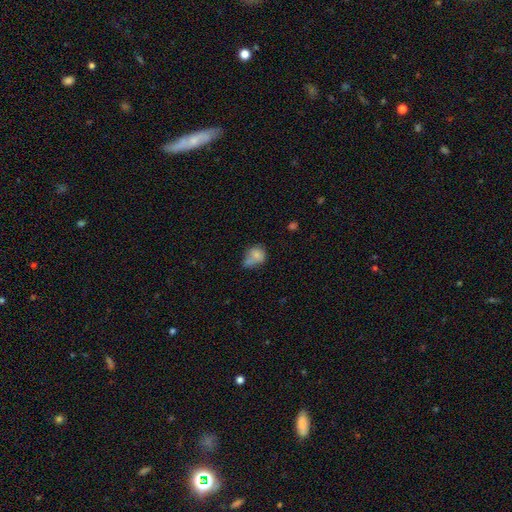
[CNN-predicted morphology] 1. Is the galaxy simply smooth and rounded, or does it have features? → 74% smooth, 16% featured or disk, 10% star or artifact.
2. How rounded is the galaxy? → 52% in between, 47% round, 1% cigar-shaped.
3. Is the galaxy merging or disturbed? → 31% none (tied), 31% merger (tied), 26% minor disturbance, 13% major disturbance.